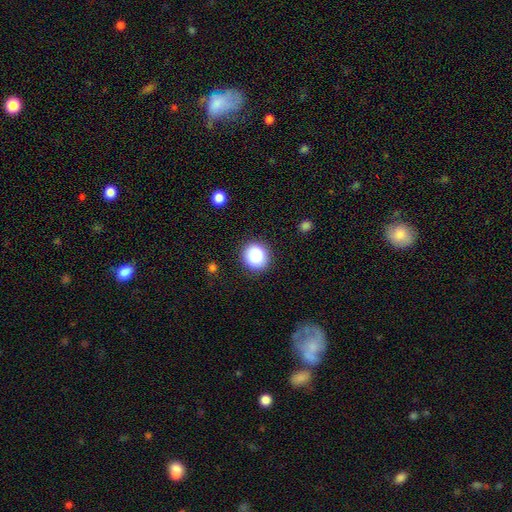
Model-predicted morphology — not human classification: Smooth or featured? Predicted: smooth (p=0.87). How rounded? Predicted: round (p=0.84). Merging? Predicted: none (p=0.89).